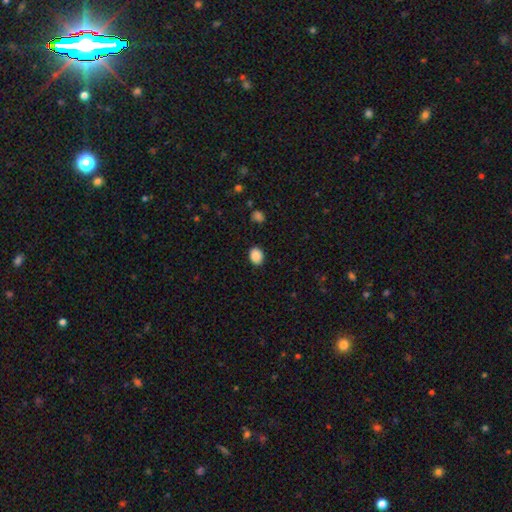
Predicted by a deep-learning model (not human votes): Smooth or featured? Predicted: smooth (p=0.88). How rounded? Predicted: in between (p=0.57). Merging? Predicted: none (p=0.89).